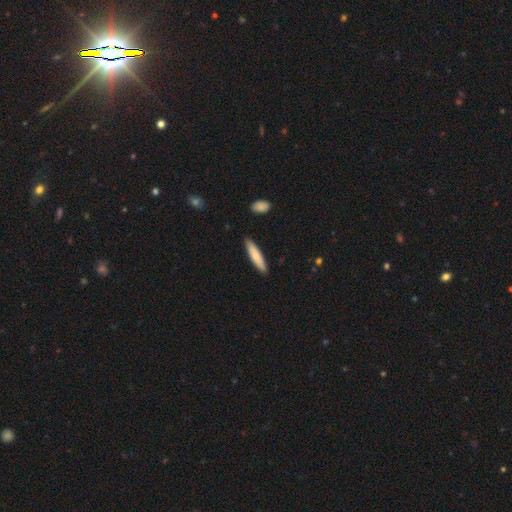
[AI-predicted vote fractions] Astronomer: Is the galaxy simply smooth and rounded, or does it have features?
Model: smooth — 79%.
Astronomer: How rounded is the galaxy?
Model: cigar-shaped — 83%.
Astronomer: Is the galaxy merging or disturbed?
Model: none — 88%.